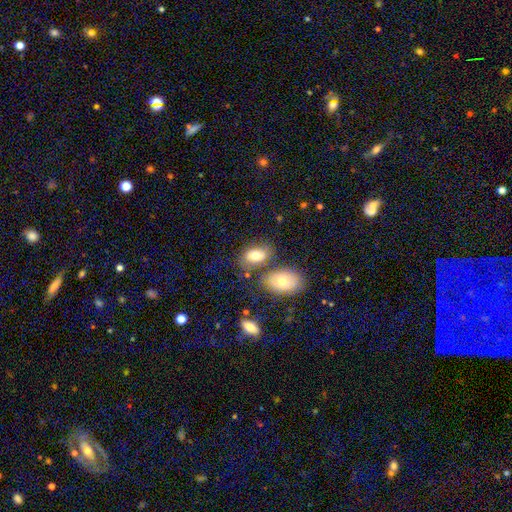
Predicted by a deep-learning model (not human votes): This appears to be a smooth galaxy with no disk features (74%) that is in between round and cigar-shaped (89%). Merging: none (58%).